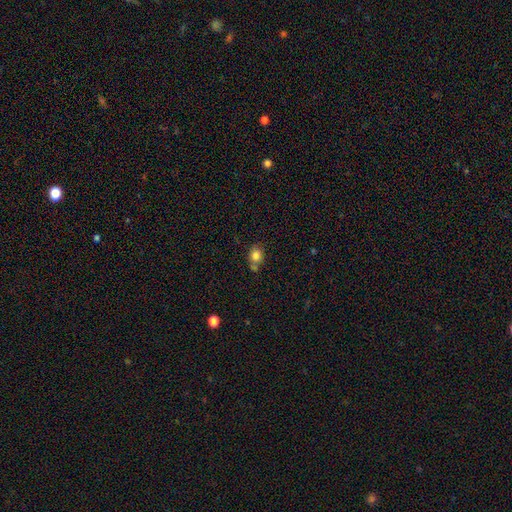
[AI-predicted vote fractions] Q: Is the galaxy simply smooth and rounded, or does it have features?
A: smooth — 81%.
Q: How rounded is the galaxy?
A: round — 52%.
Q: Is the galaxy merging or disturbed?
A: none — 56%.